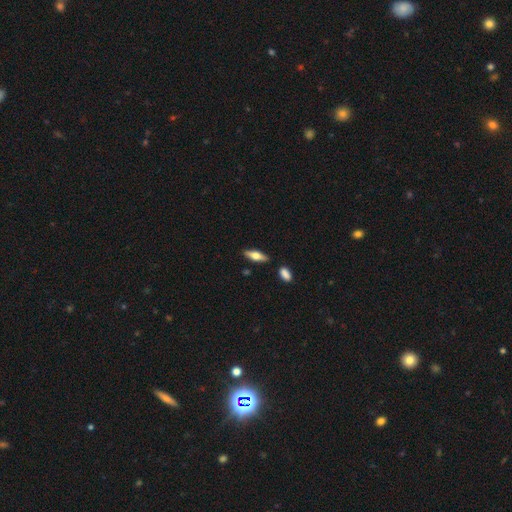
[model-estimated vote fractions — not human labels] This appears to be a smooth galaxy with no disk features (54%) that is in between round and cigar-shaped (51%). Merging: none (86%).